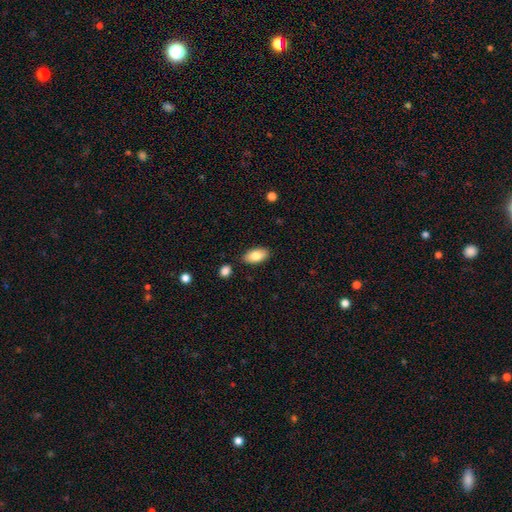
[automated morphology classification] Smooth or featured? Predicted: smooth (p=0.81). How rounded? Predicted: in between (p=0.93). Merging? Predicted: none (p=0.85).